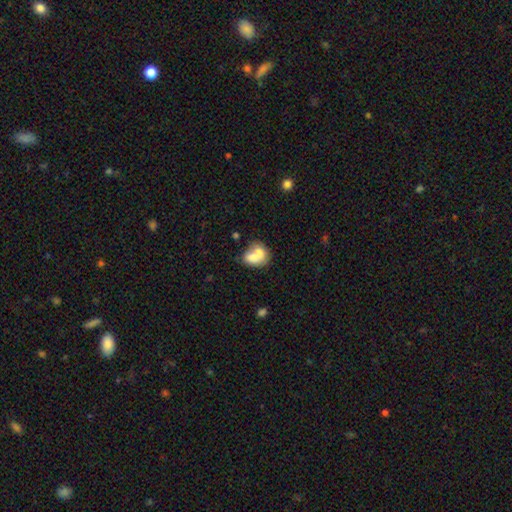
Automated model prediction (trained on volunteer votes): Smooth or featured? Predicted: smooth (p=0.68). How rounded? Predicted: in between (p=0.57). Merging? Predicted: merger (p=0.66).